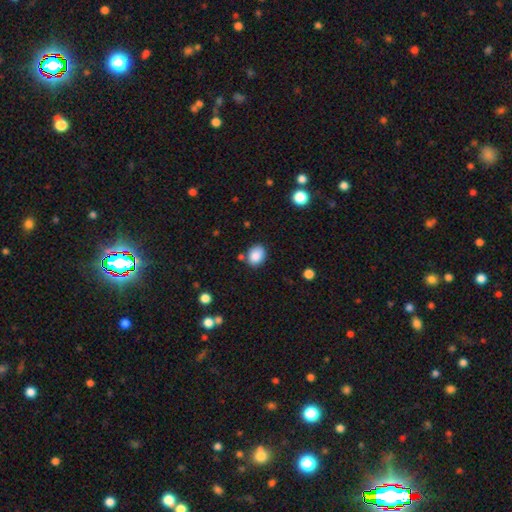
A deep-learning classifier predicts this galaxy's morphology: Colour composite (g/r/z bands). It shows a smooth galaxy with no disk features (87%) that is in between round and cigar-shaped (59%). Merging: none (76%).